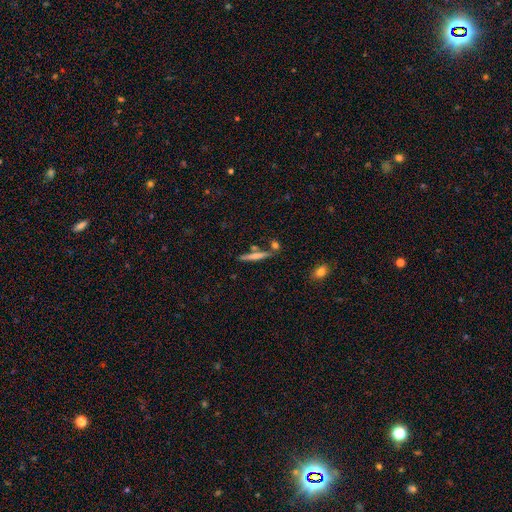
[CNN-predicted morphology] Smooth or featured? Predicted: smooth (p=0.55). How rounded? Predicted: cigar-shaped (p=0.91). Merging? Predicted: none (p=0.73).